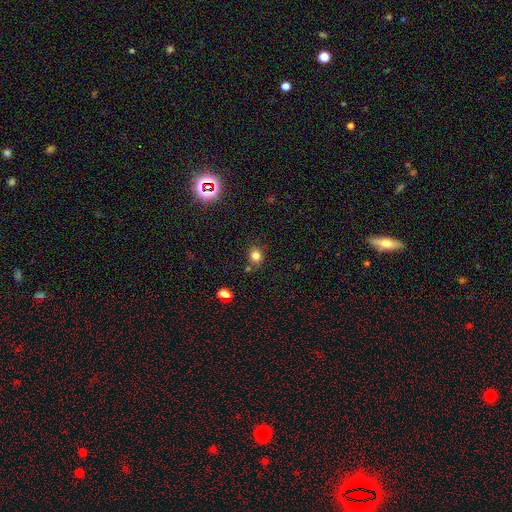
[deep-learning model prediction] A smooth galaxy with no disk features (80%) that is round (75%). Merging: none (77%).